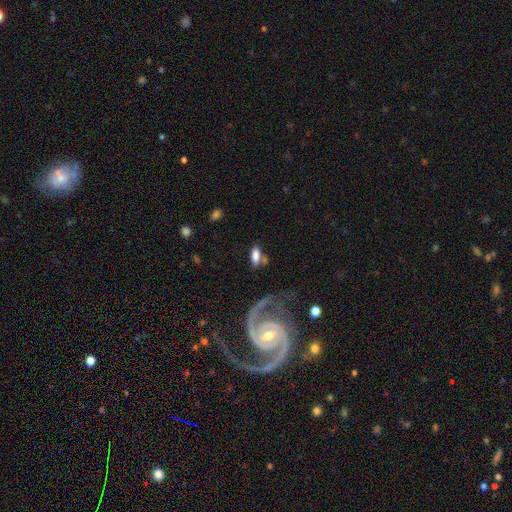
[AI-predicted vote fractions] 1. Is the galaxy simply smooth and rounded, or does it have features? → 76% smooth, 16% featured or disk, 8% star or artifact.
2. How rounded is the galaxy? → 84% in between, 12% cigar-shaped, 4% round.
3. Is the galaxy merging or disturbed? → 57% none, 18% minor disturbance, 15% merger, 11% major disturbance.